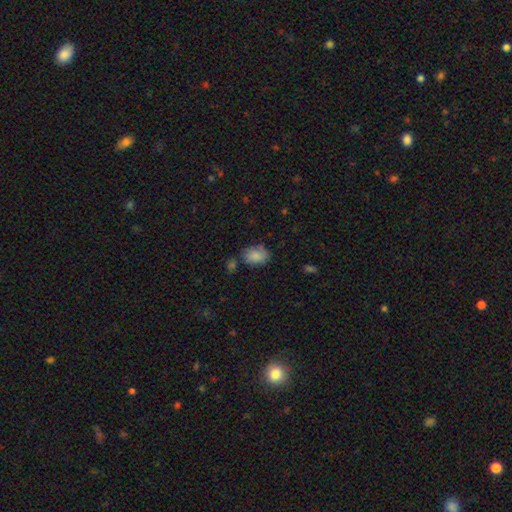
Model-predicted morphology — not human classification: This appears to be a smooth galaxy with no disk features (83%) that is in between round and cigar-shaped (76%). Merging: none (62%).